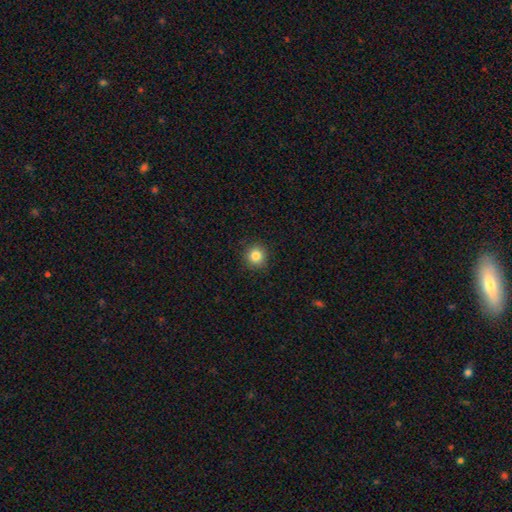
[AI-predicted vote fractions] A smooth galaxy with no disk features (84%) that is round (91%).

Vote fractions:
- Smooth or featured? smooth: 84% / star or artifact: 11% / featured or disk: 5%
- How rounded? round: 91% / in between: 8% / cigar-shaped: 1%
- Merging? none: 90% / minor disturbance: 7% / major disturbance: 2% / merger: 1%